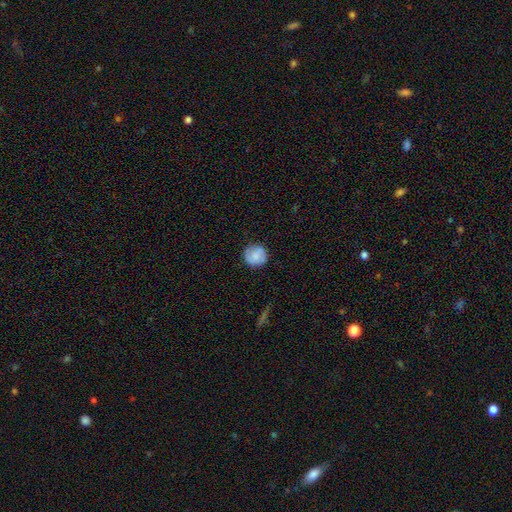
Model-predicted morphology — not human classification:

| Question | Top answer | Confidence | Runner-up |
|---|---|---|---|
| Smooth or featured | smooth | 66% | featured or disk (26%) |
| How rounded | round | 91% | in between (8%) |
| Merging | none | 83% | minor disturbance (12%) |